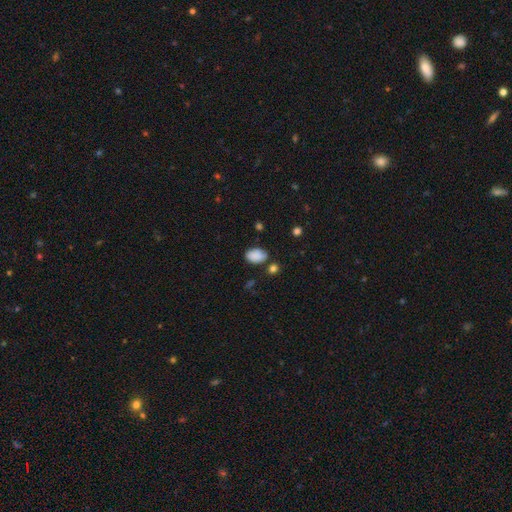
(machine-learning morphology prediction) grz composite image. It shows a smooth galaxy with no disk features (87%) that is in between round and cigar-shaped (88%). Merging: none (74%).